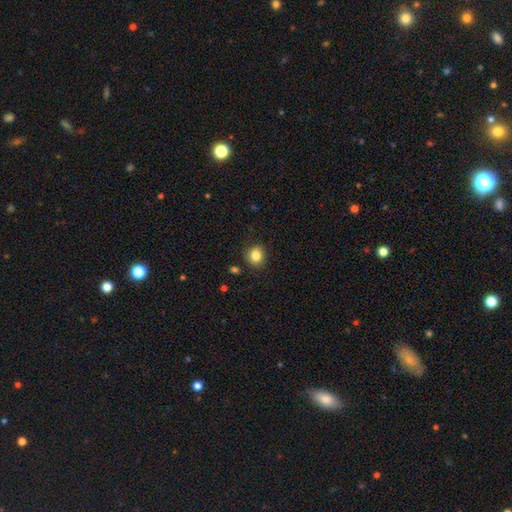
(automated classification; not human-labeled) Smooth or featured? Predicted: smooth (p=0.83). How rounded? Predicted: round (p=0.77). Merging? Predicted: none (p=0.85).